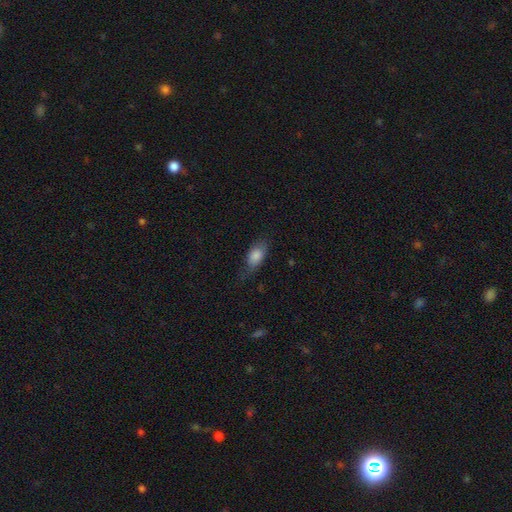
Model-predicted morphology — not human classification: Smooth or featured? Predicted: smooth (p=0.81). How rounded? Predicted: in between (p=0.87). Merging? Predicted: none (p=0.62).